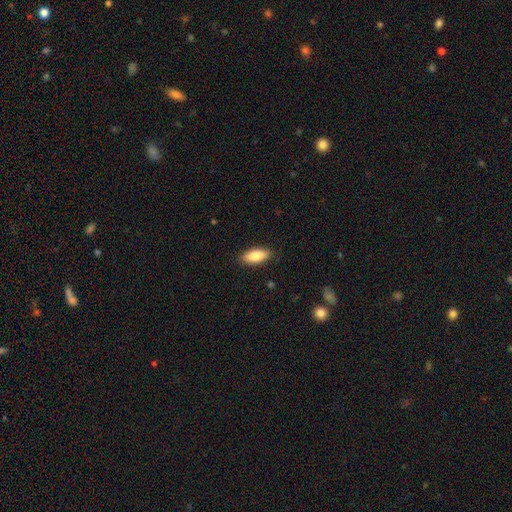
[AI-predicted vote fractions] A smooth galaxy with no disk features (86%) that is in between round and cigar-shaped (82%). Merging: none (88%).